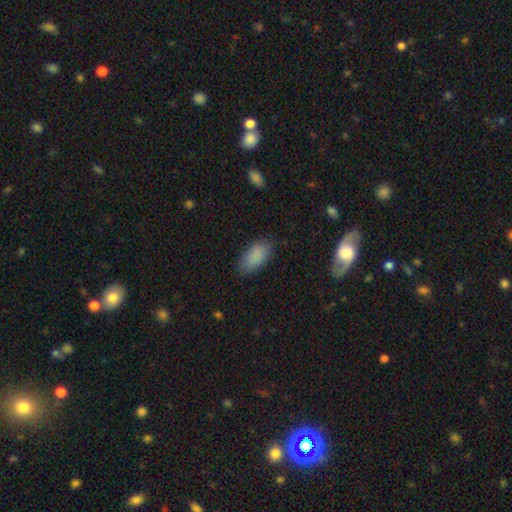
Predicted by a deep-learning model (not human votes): Smooth or featured? Predicted: smooth (p=0.88). How rounded? Predicted: in between (p=0.92). Merging? Predicted: none (p=0.82).